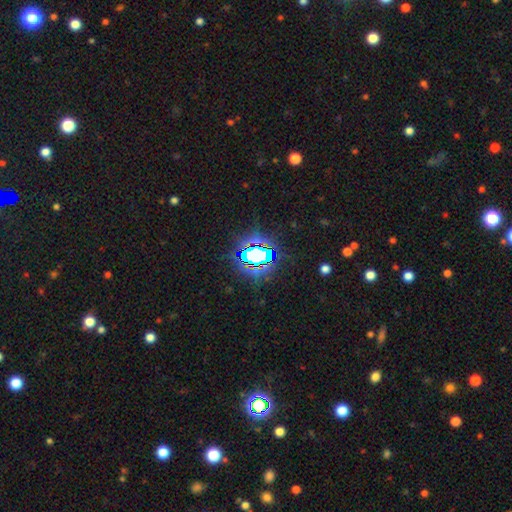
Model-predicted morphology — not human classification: smooth_or_featured: star or artifact (p=0.68) [alt: smooth p=0.18]